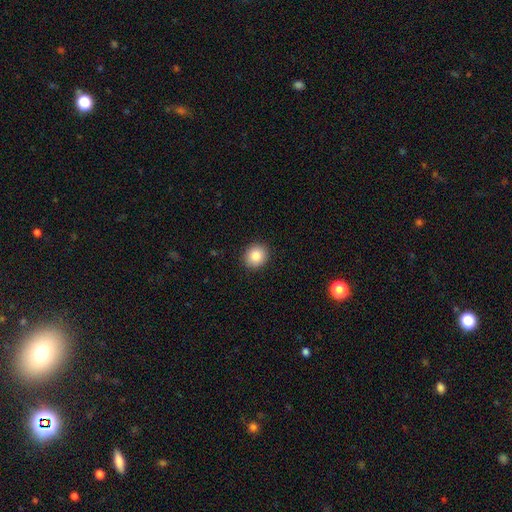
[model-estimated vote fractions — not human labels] smooth-or-featured: smooth: 86% | star or artifact: 9% | featured or disk: 6%
  how-rounded: round: 78% | in between: 21% | cigar-shaped: 1%
  merging: none: 91% | minor disturbance: 6% | major disturbance: 2% | merger: 1%